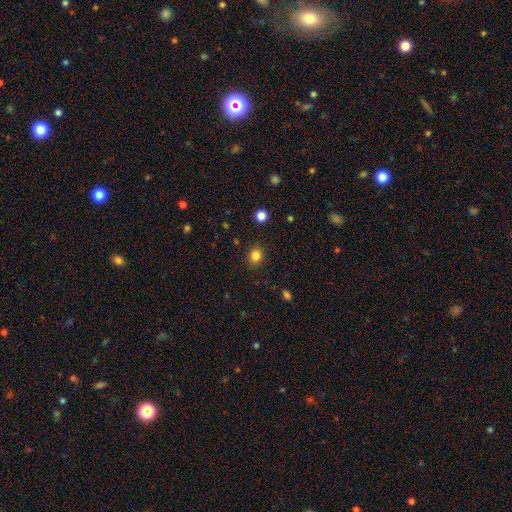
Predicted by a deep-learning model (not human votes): Smooth or featured?
  - smooth: 83% *
  - star or artifact: 13%
  - featured or disk: 4%
How rounded?
  - round: 77% *
  - in between: 22%
  - cigar-shaped: 1%
Merging?
  - none: 88% *
  - minor disturbance: 8%
  - major disturbance: 3%
  - merger: 1%